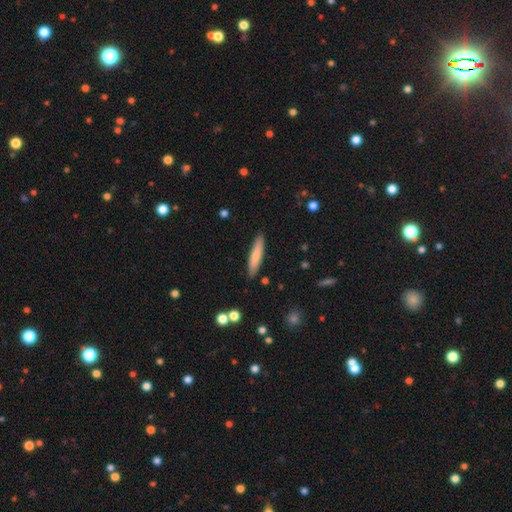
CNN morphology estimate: This appears to be a smooth galaxy with no disk features (77%) that is cigar-shaped (88%). Merging: none (89%).